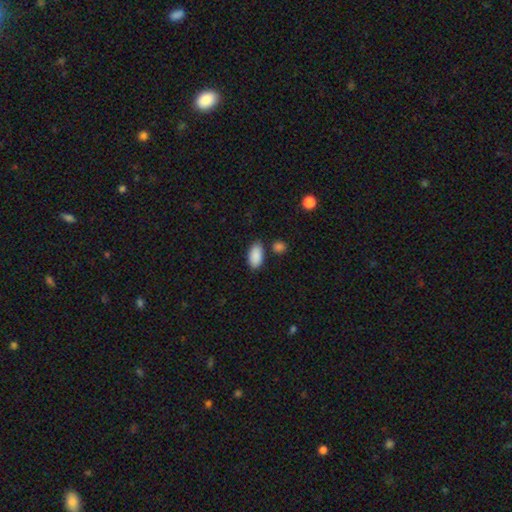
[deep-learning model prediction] Overall: smooth (90%). How rounded: in between (94%). Merging: none (78%).